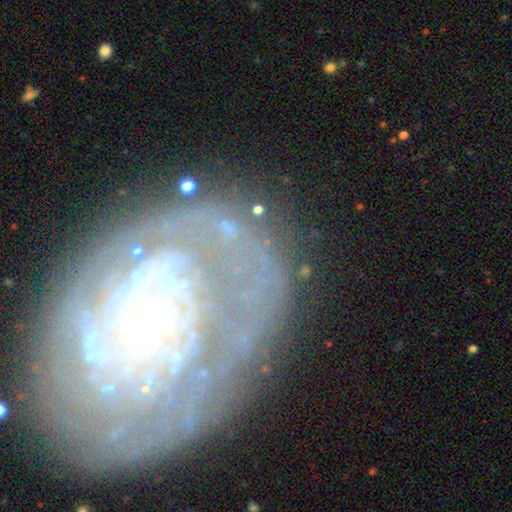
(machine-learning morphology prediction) A featured or disk galaxy (79%) with no bar (66%), tight (70%) spiral arms (85%) and a small central bulge (79%). Merging: none (68%).